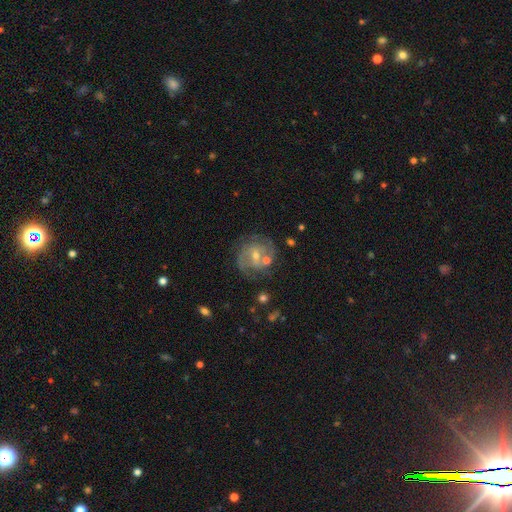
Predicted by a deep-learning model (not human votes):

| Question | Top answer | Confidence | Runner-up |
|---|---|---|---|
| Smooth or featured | featured or disk | 74% | smooth (17%) |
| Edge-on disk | no | 97% | yes (3%) |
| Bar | no | 46% | weak (44%) |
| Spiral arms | yes | 87% | no (13%) |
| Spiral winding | medium | 43% | tight (41%) |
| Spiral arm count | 2 | 56% | can't tell (22%) |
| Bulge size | small | 54% | moderate (41%) |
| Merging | none | 61% | minor disturbance (16%) |